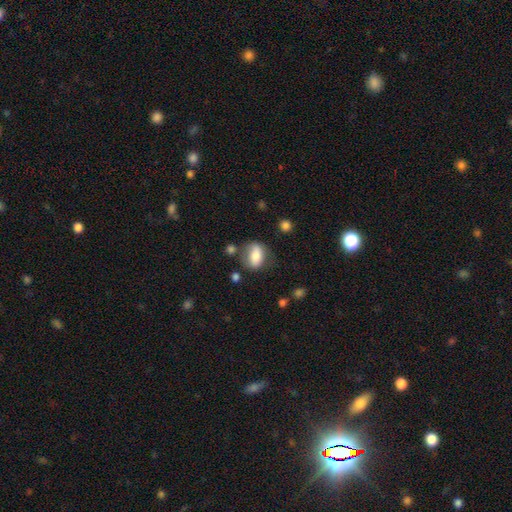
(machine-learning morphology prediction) Smooth or featured?
  - smooth: 69% *
  - featured or disk: 23%
  - star or artifact: 8%
How rounded?
  - in between: 75% *
  - round: 20%
  - cigar-shaped: 4%
Merging?
  - none: 59% *
  - minor disturbance: 23%
  - major disturbance: 11%
  - merger: 7%